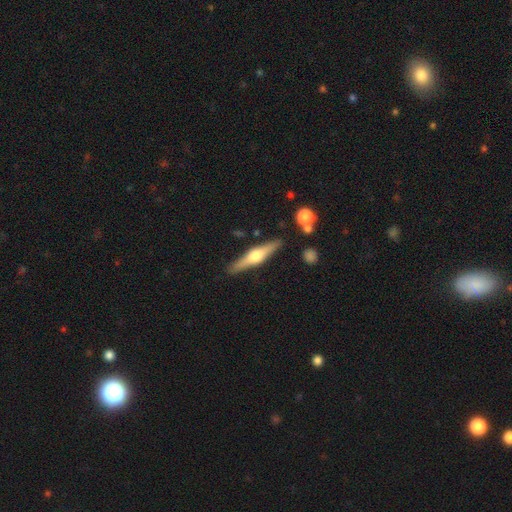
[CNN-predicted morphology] A featured or disk galaxy (70%) viewed edge-on (97%) with a rounded central bulge (93%).

Vote fractions:
- Smooth or featured? featured or disk: 70% / smooth: 25% / star or artifact: 5%
- Edge-on disk? yes: 97% / no: 3%
- Edge-on bulge? rounded: 93% / boxy: 5% / none: 2%
- Merging? none: 88% / minor disturbance: 8% / merger: 2% / major disturbance: 2%